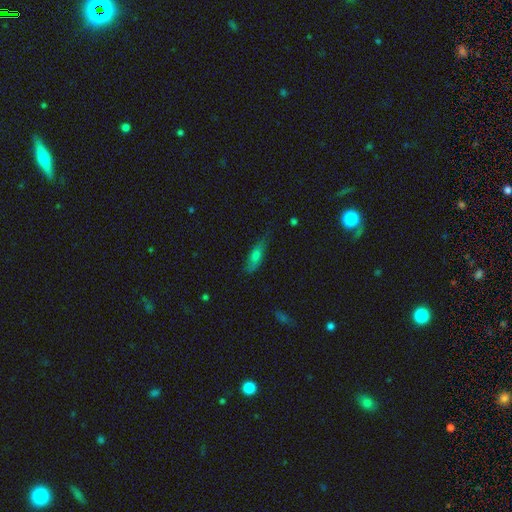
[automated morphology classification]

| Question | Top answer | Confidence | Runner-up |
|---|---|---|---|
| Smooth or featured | smooth | 62% | featured or disk (27%) |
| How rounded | cigar-shaped | 56% | in between (41%) |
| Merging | none | 68% | minor disturbance (24%) |